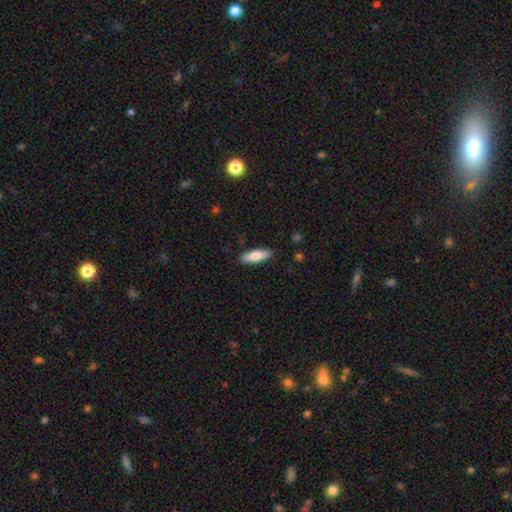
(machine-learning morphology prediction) A smooth galaxy with no disk features (78%) that is in between round and cigar-shaped (58%). Merging: none (87%).